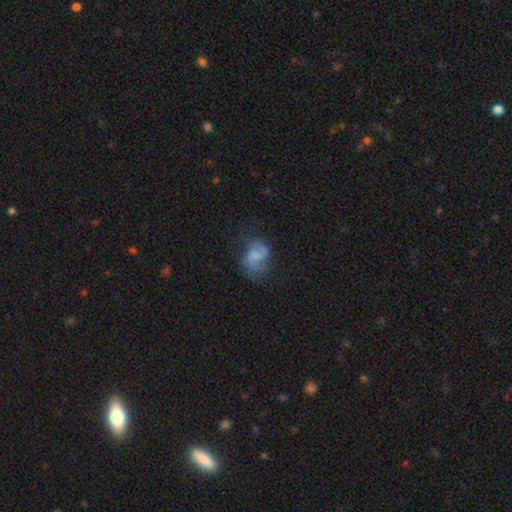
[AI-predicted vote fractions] Overall: smooth (48%; featured or disk 41%). Merging: none (45%; minor disturbance 27%).